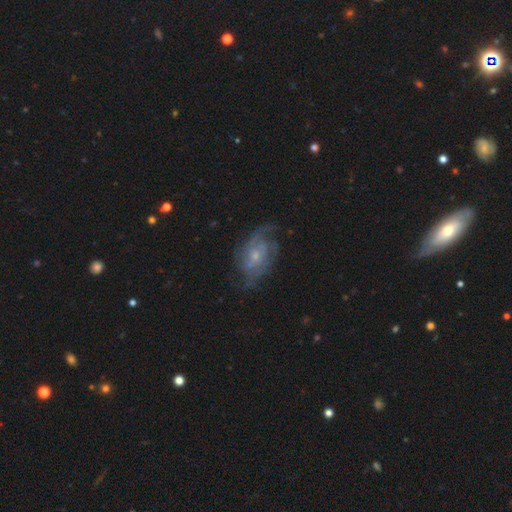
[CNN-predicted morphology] Smooth or featured?
  - featured or disk: 75% *
  - smooth: 17%
  - star or artifact: 7%
Edge-on disk?
  - no: 96% *
  - yes: 4%
Bar?
  - no: 71% *
  - weak: 25%
  - strong: 4%
Spiral arms?
  - yes: 84% *
  - no: 16%
Spiral winding?
  - medium: 42% *
  - tight: 33%
  - loose: 24%
Spiral arm count?
  - can't tell: 37% *
  - 2: 32%
  - 3: 14%
  - 1: 7%
  - 4: 6%
  - more than 4: 4%
Bulge size?
  - small: 69% *
  - moderate: 24%
  - none: 4%
  - large: 2%
  - dominant: 1%
Merging?
  - none: 59% *
  - minor disturbance: 23%
  - major disturbance: 17%
  - merger: 2%